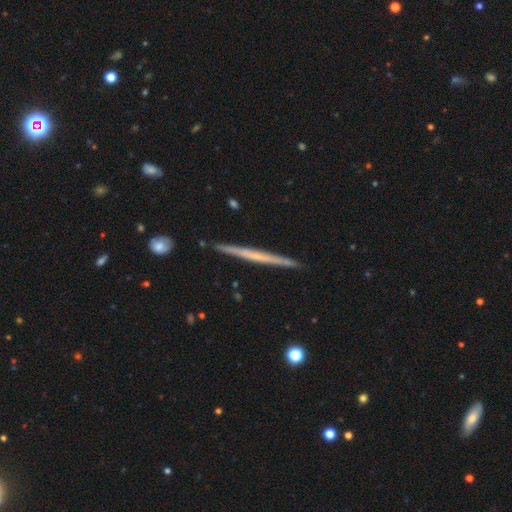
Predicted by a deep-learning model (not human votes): smooth-or-featured: featured or disk: 62% | smooth: 33% | star or artifact: 5%
  disk-edge-on: yes: 98% | no: 2%
    edge-on-bulge: none: 84% | rounded: 11% | boxy: 5%
  merging: none: 91% | minor disturbance: 7% | merger: 1% | major disturbance: 1%